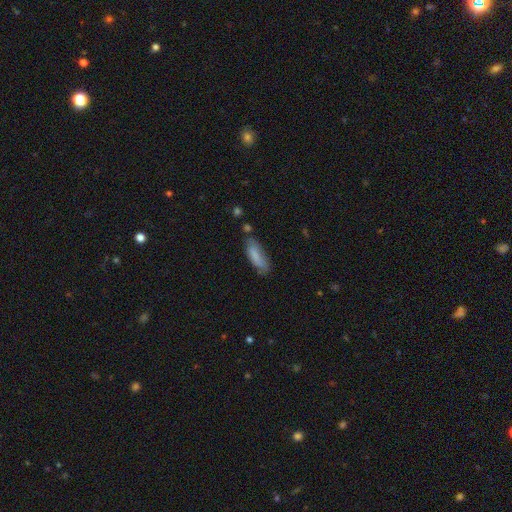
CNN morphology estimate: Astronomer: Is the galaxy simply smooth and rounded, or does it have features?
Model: smooth — 78%.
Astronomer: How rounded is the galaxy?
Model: in between — 54% (runner-up: cigar-shaped, 44%).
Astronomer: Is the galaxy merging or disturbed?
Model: none — 66%.